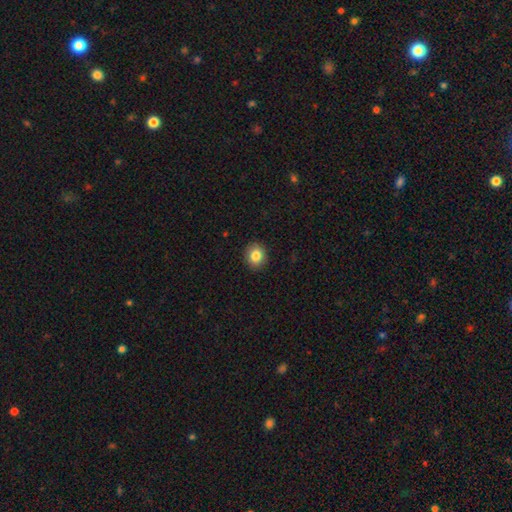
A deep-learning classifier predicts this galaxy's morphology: type=smooth (84%); roundness=round (73%); merging=none (91%).